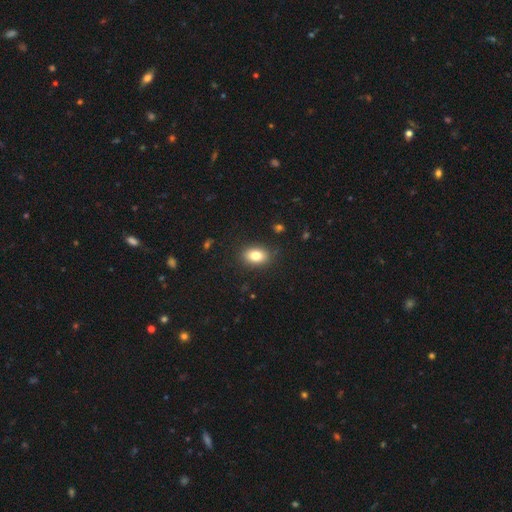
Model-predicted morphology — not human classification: smooth_or_featured: smooth (p=0.81) [alt: featured or disk p=0.10]
how_rounded: in between (p=0.78) [alt: round p=0.21]
merging: none (p=0.86) [alt: minor disturbance p=0.10]